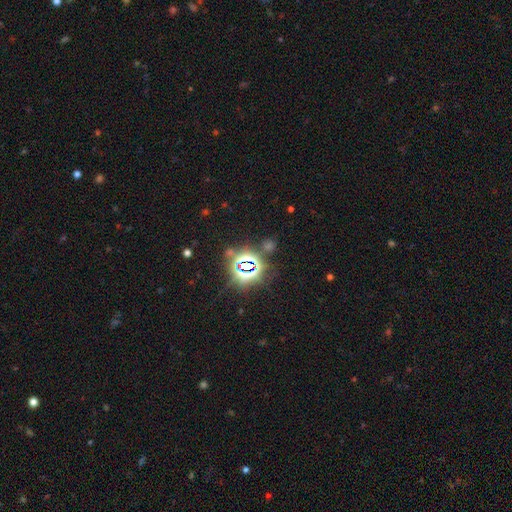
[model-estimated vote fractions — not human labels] Overall: star or artifact (82%).